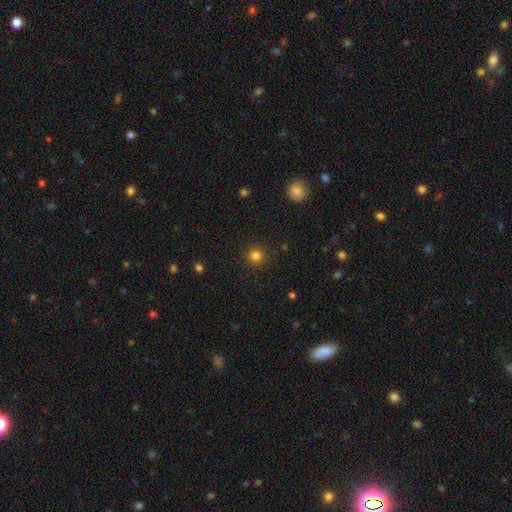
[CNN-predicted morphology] smooth 82%, star or artifact 14%, featured or disk 5%. Down the decision tree: how rounded — round (93%); merging — none (91%).